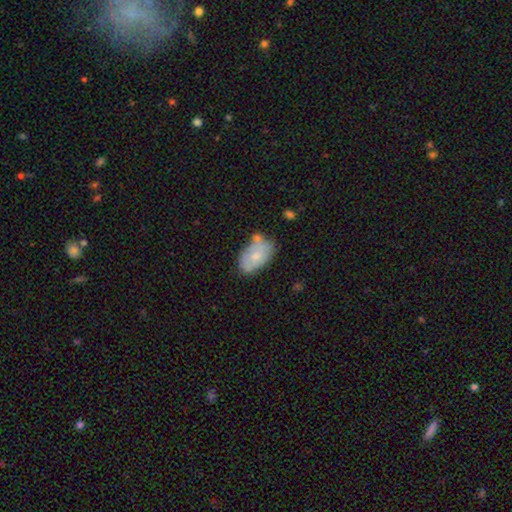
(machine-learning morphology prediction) A smooth galaxy with no disk features (65%) that is in between round and cigar-shaped (91%).

Vote fractions:
- Smooth or featured? smooth: 65% / featured or disk: 29% / star or artifact: 6%
- How rounded? in between: 91% / round: 8% / cigar-shaped: 1%
- Merging? none: 52% / minor disturbance: 28% / merger: 12% / major disturbance: 7%